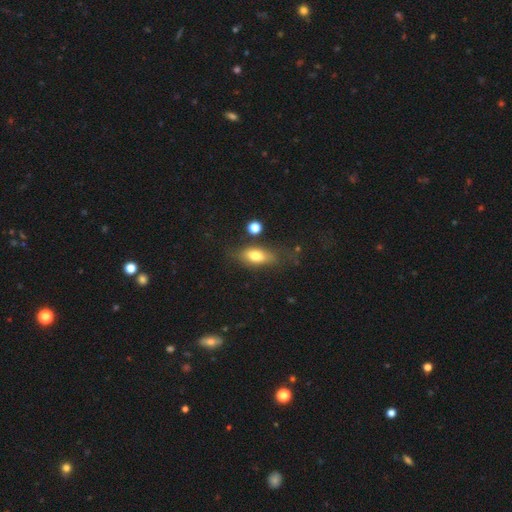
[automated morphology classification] Smooth or featured? Predicted: smooth (p=0.73). How rounded? Predicted: in between (p=0.79). Merging? Predicted: none (p=0.66).